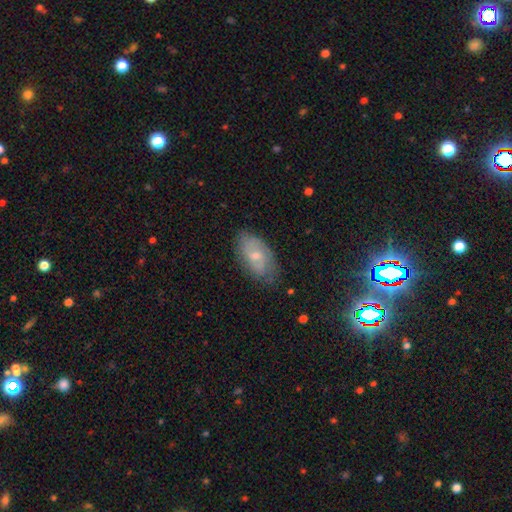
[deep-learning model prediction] Smooth or featured: featured or disk — 54% (smooth — 38%)
Edge-on disk: no — 93% (yes — 7%)
Merging: none — 71% (minor disturbance — 22%)